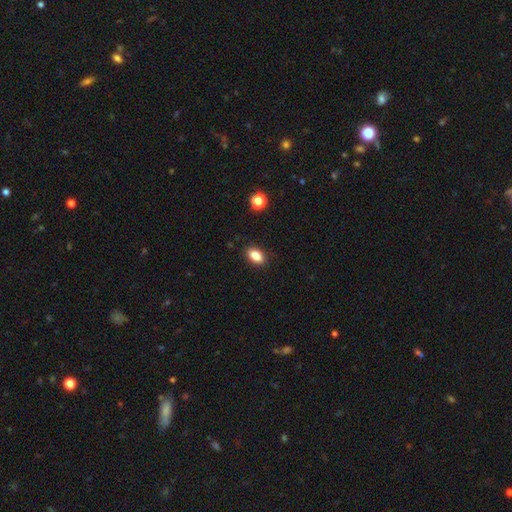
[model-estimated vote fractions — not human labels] Smooth or featured: smooth — 84% (star or artifact — 9%)
How rounded: in between — 88% (round — 9%)
Merging: none — 89% (minor disturbance — 8%)